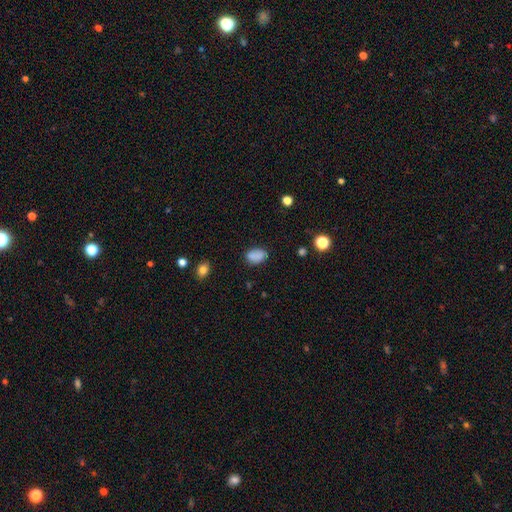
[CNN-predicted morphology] Smooth or featured?
  - smooth: 86% *
  - star or artifact: 10%
  - featured or disk: 5%
How rounded?
  - in between: 87% *
  - round: 11%
  - cigar-shaped: 1%
Merging?
  - none: 78% *
  - minor disturbance: 16%
  - major disturbance: 4%
  - merger: 2%